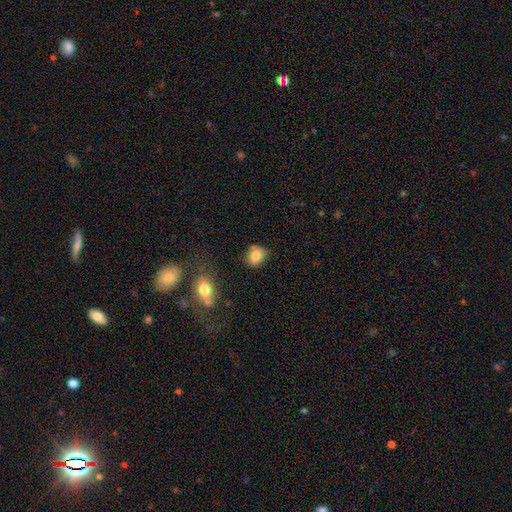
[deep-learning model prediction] Morphology: type=smooth (81%); roundness=round (54%); merging=none (75%).